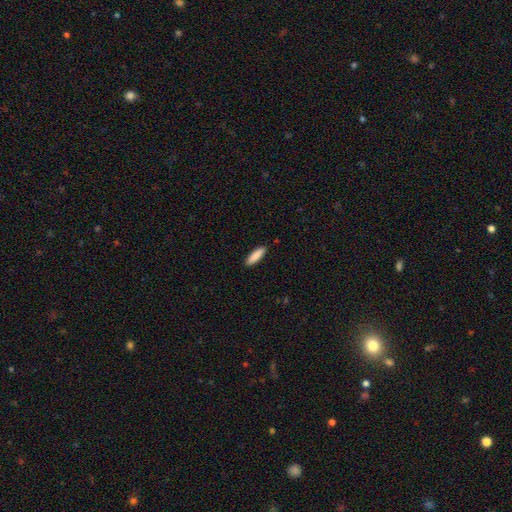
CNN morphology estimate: type=smooth (87%); roundness=cigar-shaped (69%); merging=none (90%).